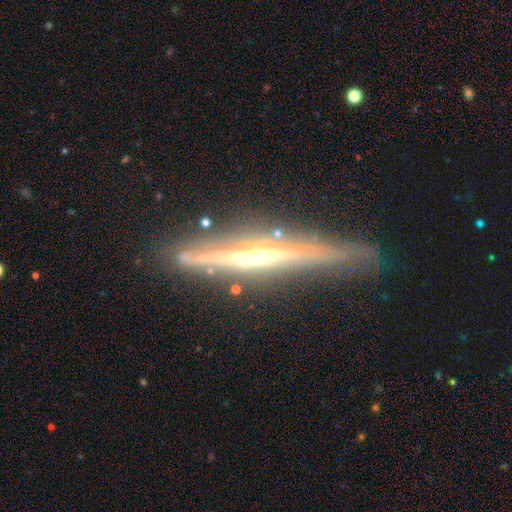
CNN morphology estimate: The model was most divided on "edge-on bulge": rounded: 61%, none: 32%, boxy: 8%. More confident: edge-on disk — yes (96%); smooth or featured — featured or disk (83%); merging — none (79%).